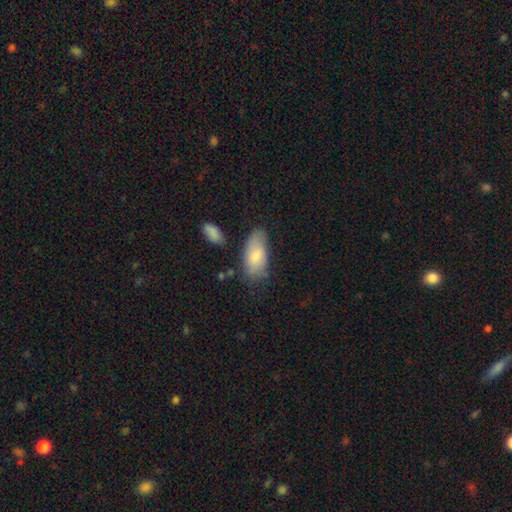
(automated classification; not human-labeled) Smooth or featured? smooth (80%)
How rounded? in between (92%)
Merging? none (65%)